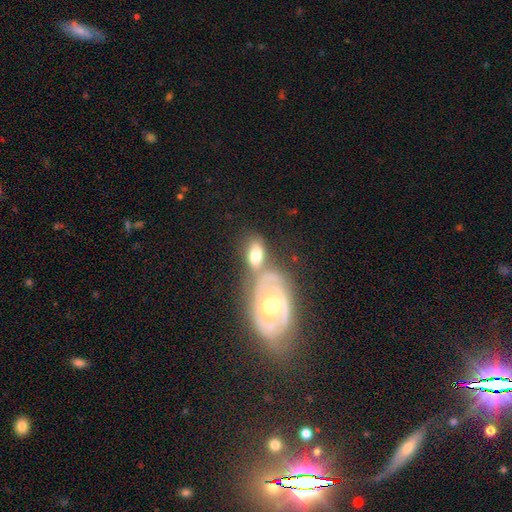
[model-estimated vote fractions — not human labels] smooth_or_featured: smooth (p=0.53) [alt: featured or disk p=0.40]
how_rounded: in between (p=0.88) [alt: round p=0.09]
merging: merger (p=0.46) [alt: none p=0.34]